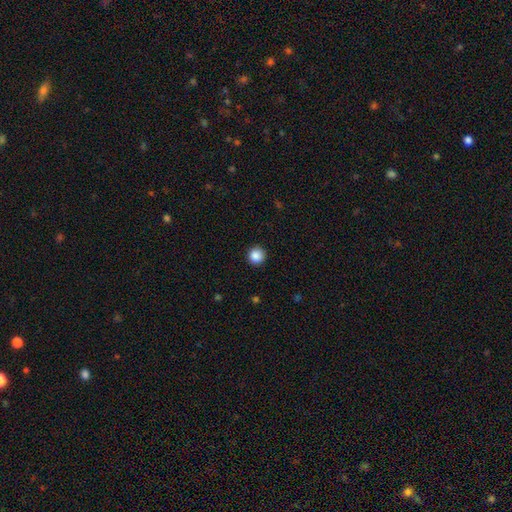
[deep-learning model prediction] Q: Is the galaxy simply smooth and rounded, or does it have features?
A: smooth — 88%.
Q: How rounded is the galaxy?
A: round — 96%.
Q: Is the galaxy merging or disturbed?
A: none — 93%.